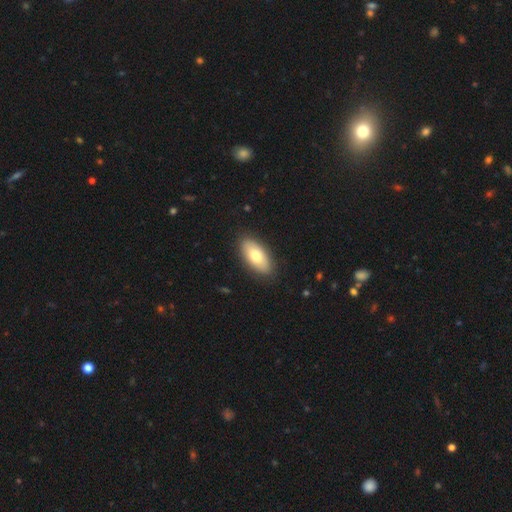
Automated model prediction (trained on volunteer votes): Smooth or featured: smooth — 74% (featured or disk — 20%)
How rounded: in between — 92% (cigar-shaped — 6%)
Merging: none — 87% (minor disturbance — 10%)